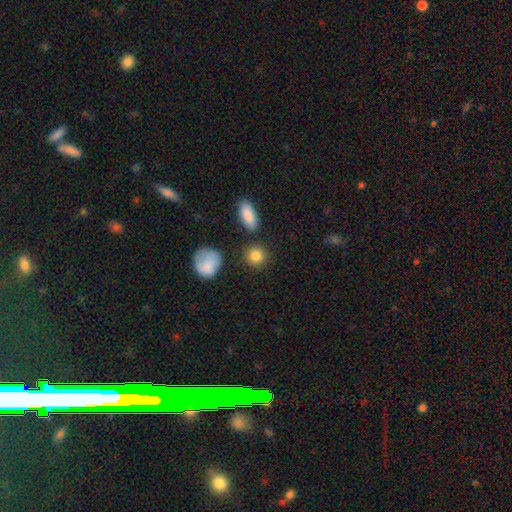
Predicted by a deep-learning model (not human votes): Smooth or featured: smooth — 86% (star or artifact — 8%)
How rounded: round — 87% (in between — 12%)
Merging: none — 83% (minor disturbance — 9%)